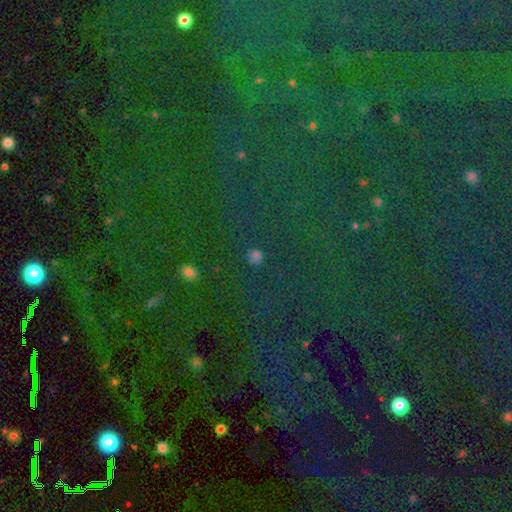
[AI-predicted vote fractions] Q: Smooth or featured?
A: smooth (59%); runner-up: star or artifact (35%)
Q: How rounded?
A: round (80%); runner-up: in between (18%)
Q: Merging?
A: none (83%); runner-up: minor disturbance (9%)